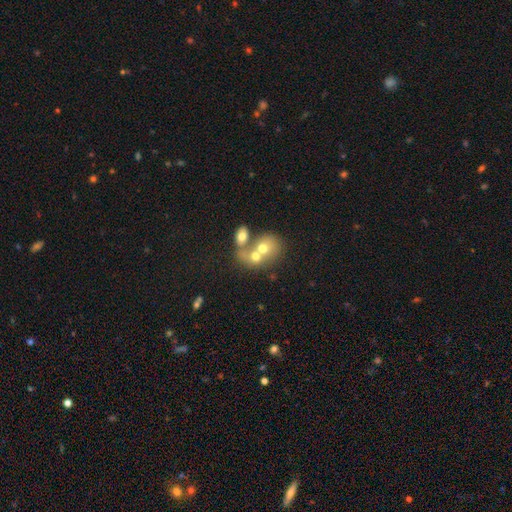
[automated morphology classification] A smooth galaxy with no disk features (51%) that is round (56%). Merging: merger (67%).